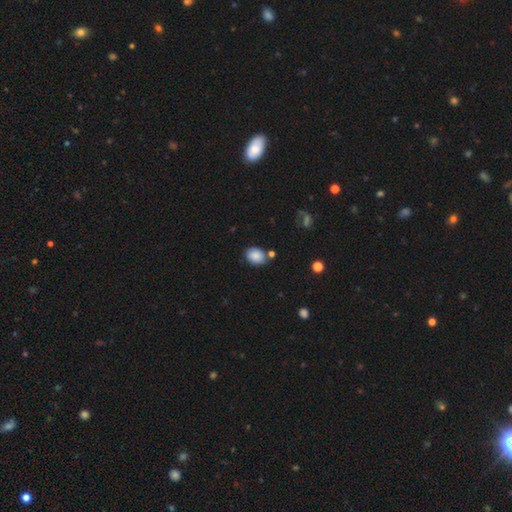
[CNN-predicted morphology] A smooth galaxy with no disk features (86%) that is in between round and cigar-shaped (68%). Merging: none (75%).